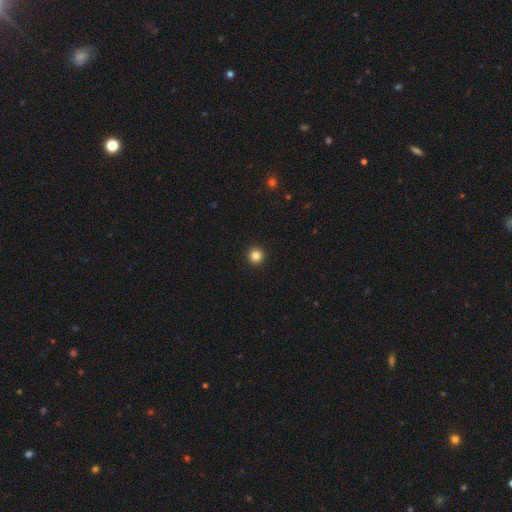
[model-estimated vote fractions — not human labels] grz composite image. It shows a smooth galaxy with no disk features (84%) that is round (96%). Merging: none (94%).